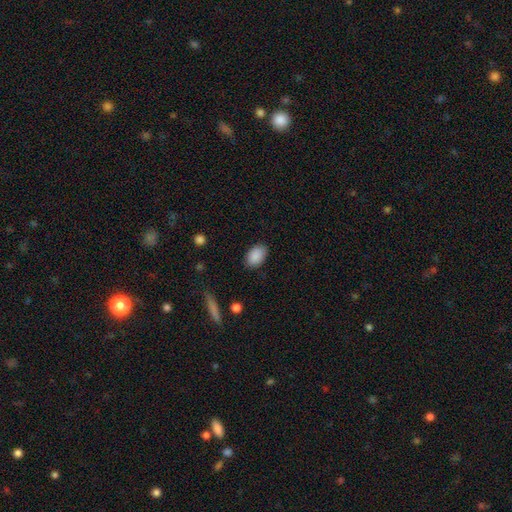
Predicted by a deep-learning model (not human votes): Smooth or featured?
  - smooth: 89% *
  - star or artifact: 7%
  - featured or disk: 4%
How rounded?
  - in between: 89% *
  - round: 10%
  - cigar-shaped: 1%
Merging?
  - none: 85% *
  - minor disturbance: 11%
  - major disturbance: 3%
  - merger: 1%